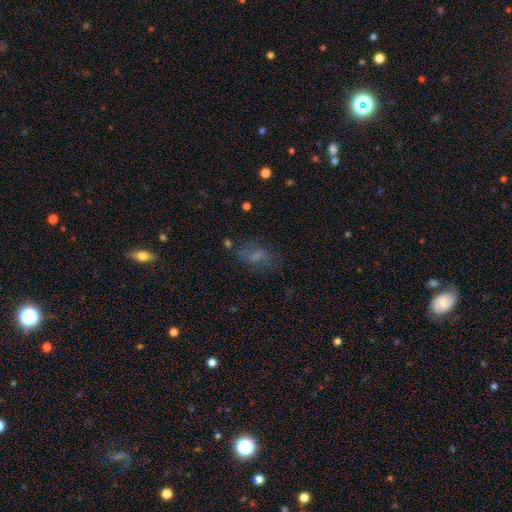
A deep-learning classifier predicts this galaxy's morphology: smooth_or_featured: smooth (p=0.52) [alt: featured or disk p=0.28]
how_rounded: in between (p=0.80) [alt: cigar-shaped p=0.12]
merging: none (p=0.61) [alt: minor disturbance p=0.20]